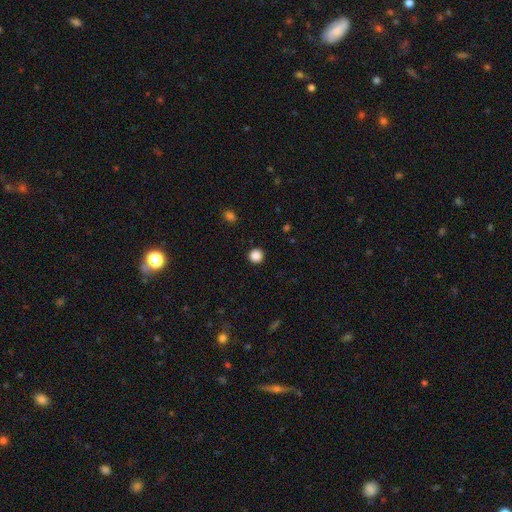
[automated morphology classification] type=smooth (87%); roundness=round (95%); merging=none (93%).